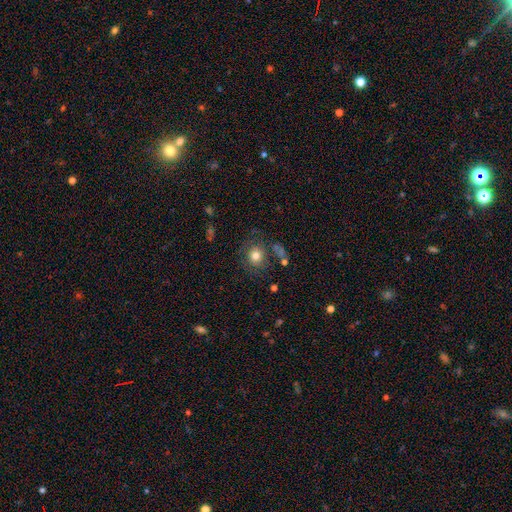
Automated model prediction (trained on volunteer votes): smooth_or_featured: smooth (p=0.74) [alt: featured or disk p=0.15]
how_rounded: round (p=0.82) [alt: in between p=0.17]
merging: none (p=0.71) [alt: minor disturbance p=0.15]